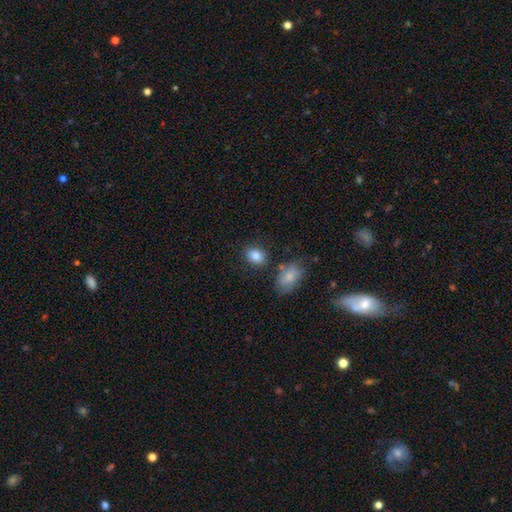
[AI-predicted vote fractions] Smooth or featured: smooth — 85% (star or artifact — 9%)
How rounded: in between — 62% (round — 37%)
Merging: none — 79% (minor disturbance — 12%)